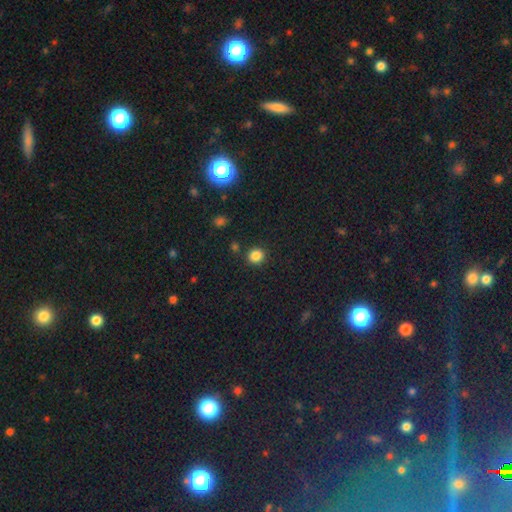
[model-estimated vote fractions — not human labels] The model was most divided on "smooth or featured": smooth: 84%, star or artifact: 12%, featured or disk: 4%. More confident: how rounded — round (88%); merging — none (88%).